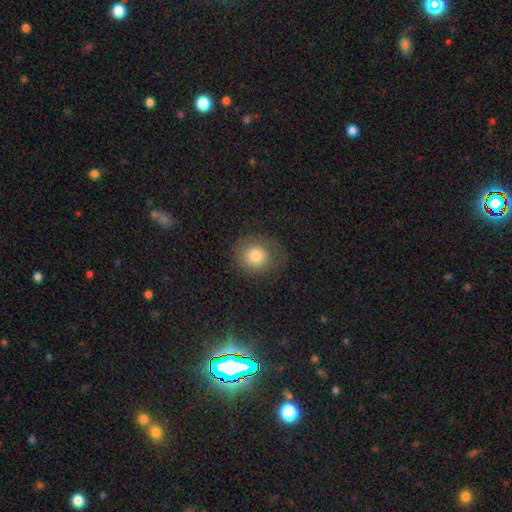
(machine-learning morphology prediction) A smooth galaxy with no disk features (76%) that is round (80%).

Vote fractions:
- Smooth or featured? smooth: 76% / featured or disk: 14% / star or artifact: 10%
- How rounded? round: 80% / in between: 19% / cigar-shaped: 1%
- Merging? none: 71% / minor disturbance: 17% / major disturbance: 10% / merger: 1%